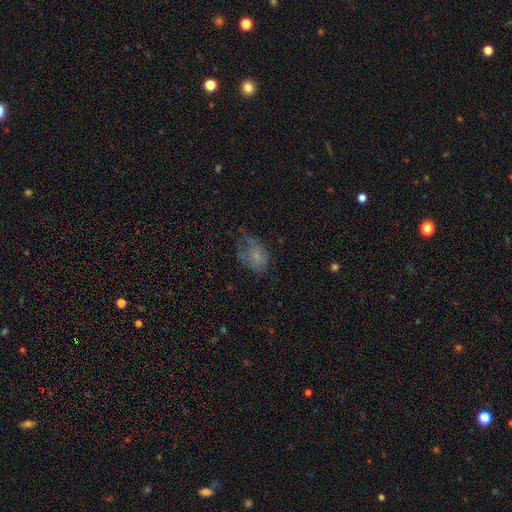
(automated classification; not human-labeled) Morphology: type=smooth (64%); roundness=in between (80%); merging=none (37%).